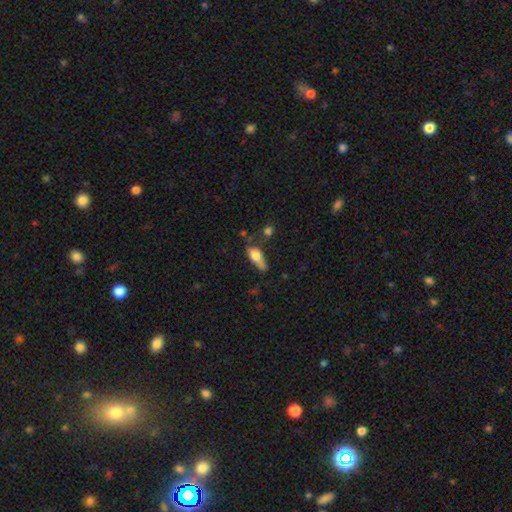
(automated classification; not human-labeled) This appears to be a smooth galaxy with no disk features (71%) that is in between round and cigar-shaped (72%). Merging: none (35%).